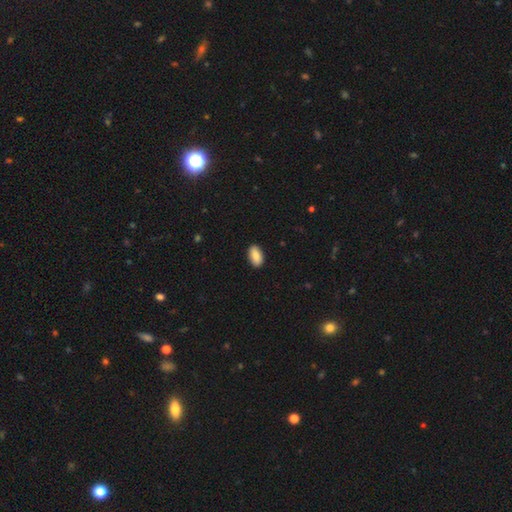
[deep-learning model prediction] Smooth or featured: smooth — 86% (featured or disk — 8%)
How rounded: in between — 94% (round — 3%)
Merging: none — 90% (minor disturbance — 7%)